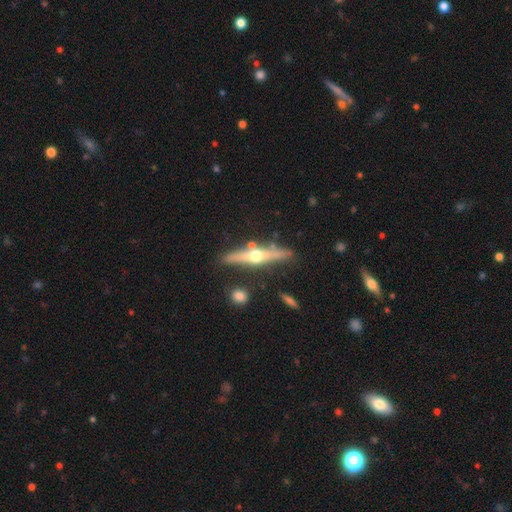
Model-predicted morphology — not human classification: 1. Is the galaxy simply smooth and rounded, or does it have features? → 67% featured or disk, 26% smooth, 6% star or artifact.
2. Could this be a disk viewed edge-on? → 95% yes, 5% no.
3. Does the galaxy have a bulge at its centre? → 94% rounded, 4% none, 2% boxy.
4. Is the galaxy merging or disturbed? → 80% none, 11% minor disturbance, 7% merger, 3% major disturbance.